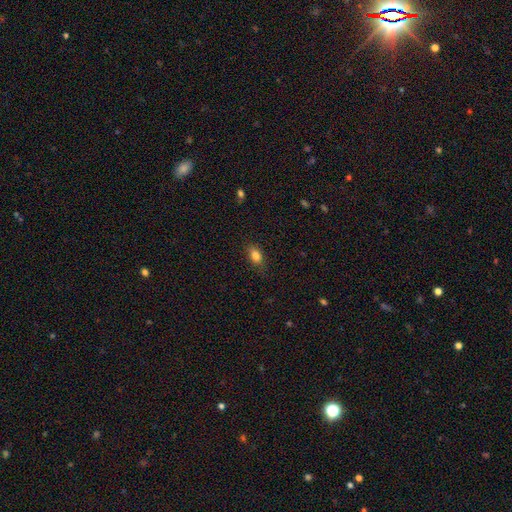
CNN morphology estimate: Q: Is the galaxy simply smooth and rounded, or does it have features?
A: smooth — 82%.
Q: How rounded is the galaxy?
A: in between — 81%.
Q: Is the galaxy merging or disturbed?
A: none — 82%.